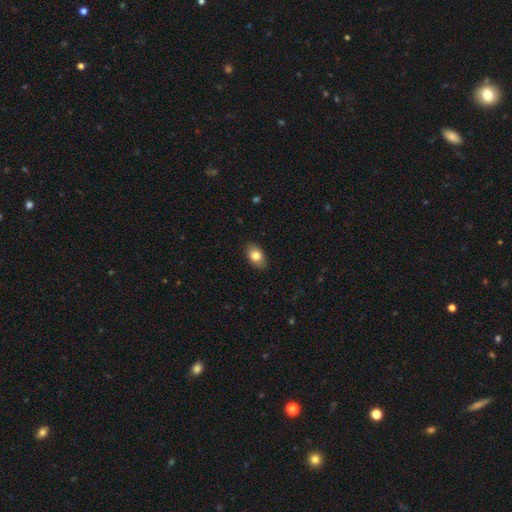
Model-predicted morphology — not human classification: A smooth galaxy with no disk features (81%) that is in between round and cigar-shaped (87%).

Vote fractions:
- Smooth or featured? smooth: 81% / featured or disk: 11% / star or artifact: 8%
- How rounded? in between: 87% / round: 12% / cigar-shaped: 1%
- Merging? none: 87% / minor disturbance: 10% / major disturbance: 2% / merger: 1%